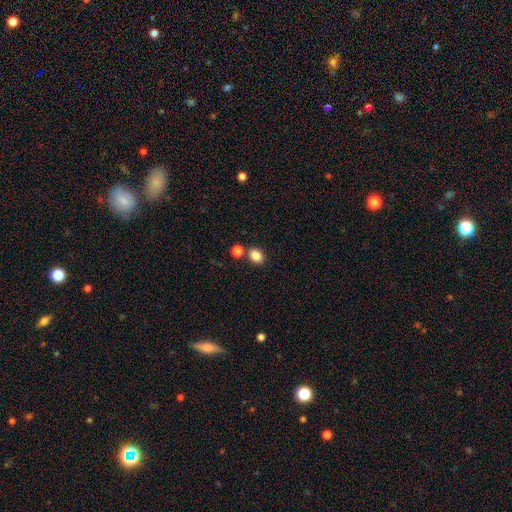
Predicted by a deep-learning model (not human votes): Smooth or featured? smooth (85%)
How rounded? in between (51%)
Merging? none (75%)